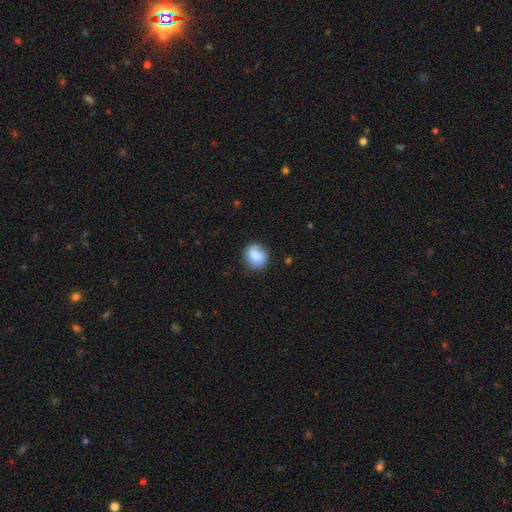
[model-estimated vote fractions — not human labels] A smooth galaxy with no disk features (81%) that is round (73%). Merging: none (76%).